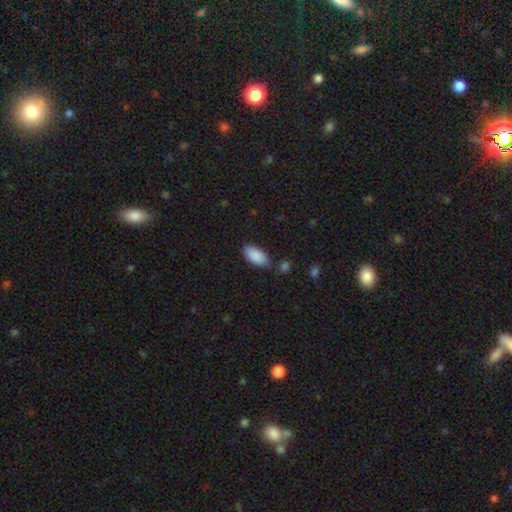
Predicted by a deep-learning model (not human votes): This is clearly a smooth galaxy (90%). How rounded: clearly in between (93%). Merging: likely none (76%).